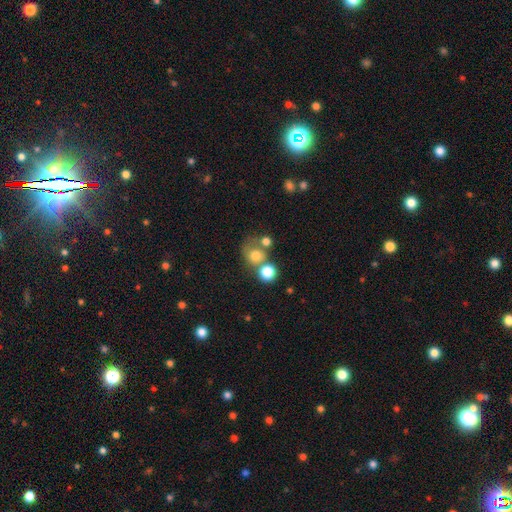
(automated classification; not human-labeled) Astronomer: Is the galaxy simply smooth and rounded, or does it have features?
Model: smooth — 72%.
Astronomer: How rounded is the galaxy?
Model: round — 77%.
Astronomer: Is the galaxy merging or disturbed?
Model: none — 40% (runner-up: merger, 36%).